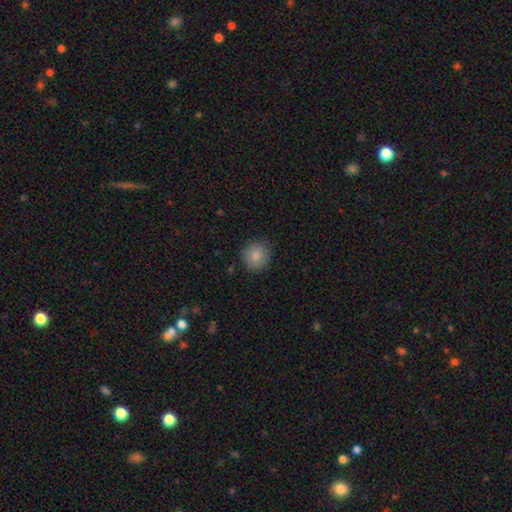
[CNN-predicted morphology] This is clearly a smooth galaxy (85%). How rounded: clearly round (91%). Merging: clearly none (87%).